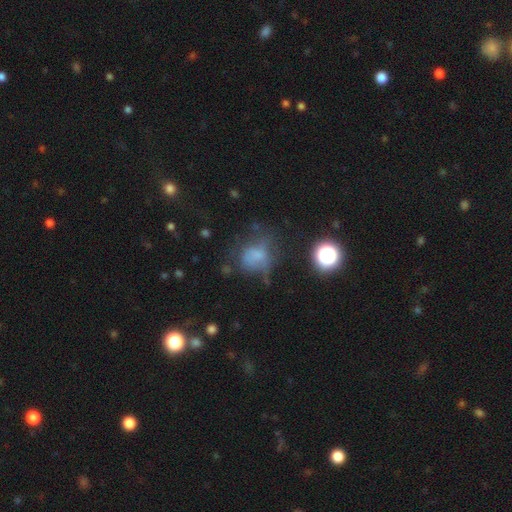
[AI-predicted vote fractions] The model was most divided on "merging": none: 39%, major disturbance: 29%, minor disturbance: 26%, merger: 6%. More confident: how rounded — round (57%); smooth or featured — smooth (56%).